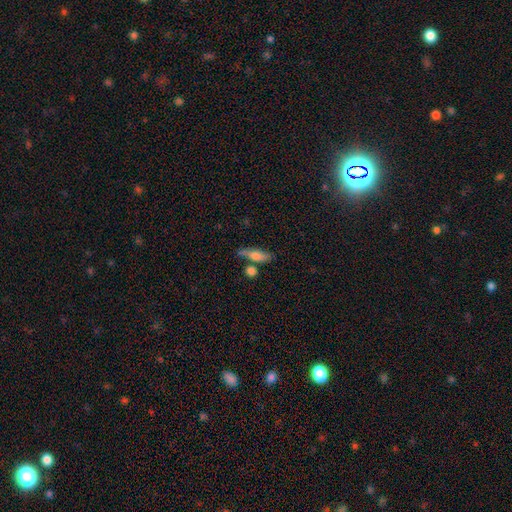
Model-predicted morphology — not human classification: type=smooth (64%); roundness=cigar-shaped (54%); merging=none (58%).